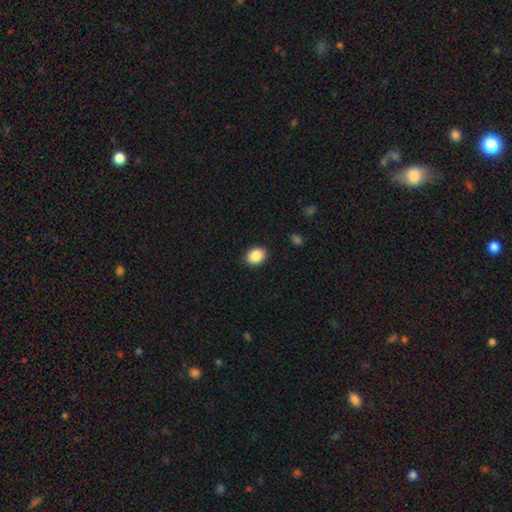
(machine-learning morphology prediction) Smooth or featured? Predicted: smooth (p=0.88). How rounded? Predicted: in between (p=0.53). Merging? Predicted: none (p=0.90).